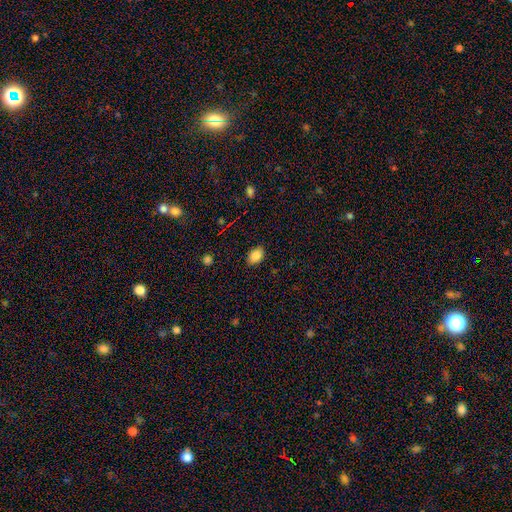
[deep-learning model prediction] Morphology: type=smooth (86%); roundness=in between (78%); merging=none (85%).